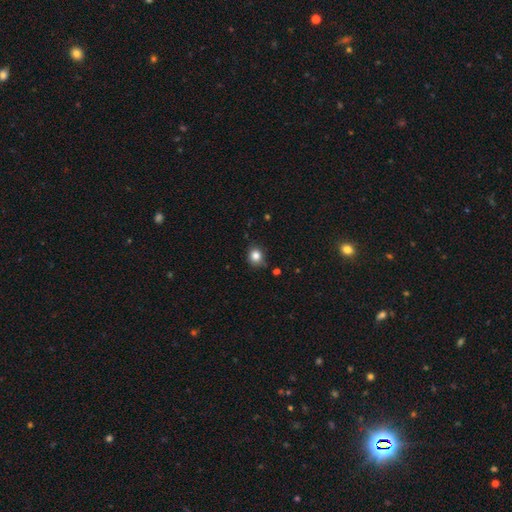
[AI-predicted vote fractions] Overall: smooth (82%). How rounded: round (79%). Merging: none (77%).